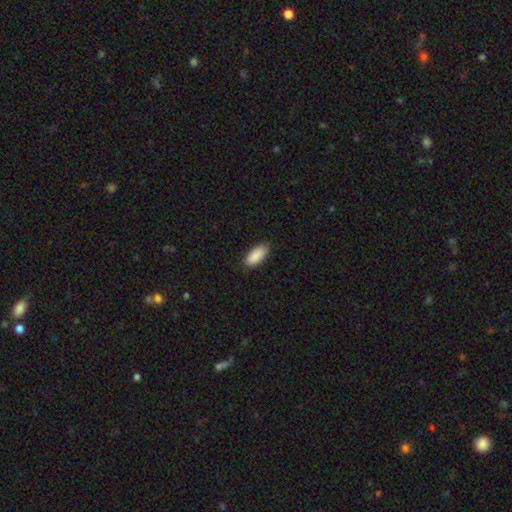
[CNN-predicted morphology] Smooth or featured? Predicted: smooth (p=0.91). How rounded? Predicted: in between (p=0.91). Merging? Predicted: none (p=0.87).